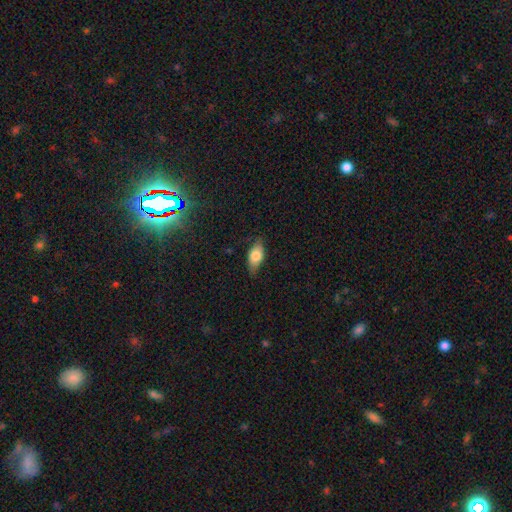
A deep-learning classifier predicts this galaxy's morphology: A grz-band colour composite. It shows a smooth galaxy with no disk features (72%) that is in between round and cigar-shaped (85%). Merging: none (77%).